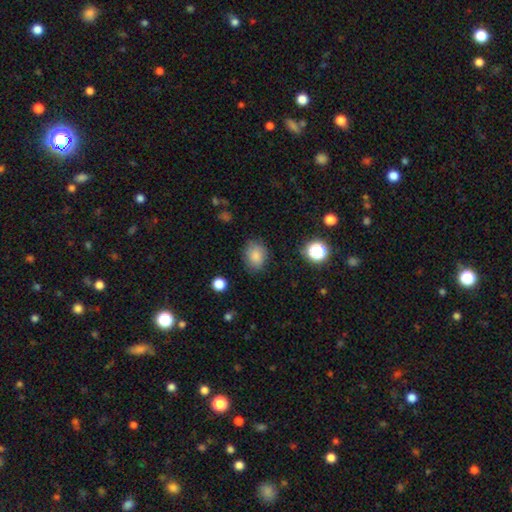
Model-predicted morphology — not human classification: This is clearly a smooth galaxy (83%). How rounded: possibly round (51%). Merging: likely none (79%).